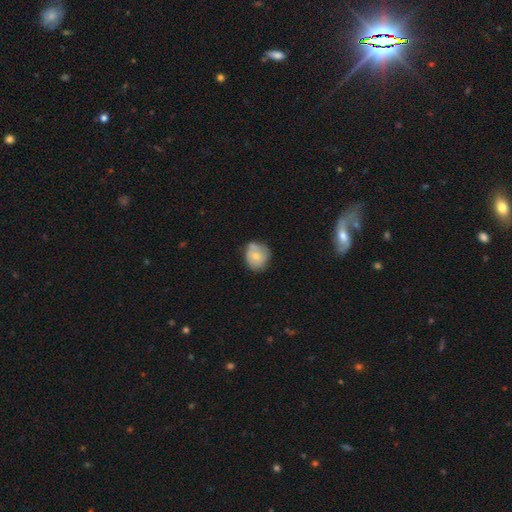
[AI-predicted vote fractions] The model was most divided on "merging": none: 56%, minor disturbance: 30%, merger: 8%, major disturbance: 7%. More confident: how rounded — round (77%); smooth or featured — smooth (63%).